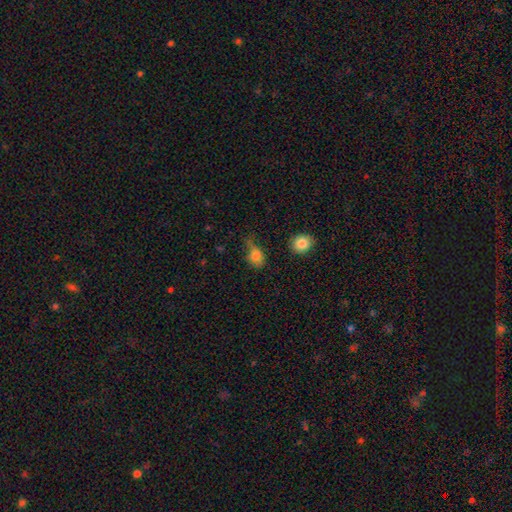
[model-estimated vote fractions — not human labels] A smooth galaxy with no disk features (80%) that is in between round and cigar-shaped (53%). Merging: minor disturbance (37%).